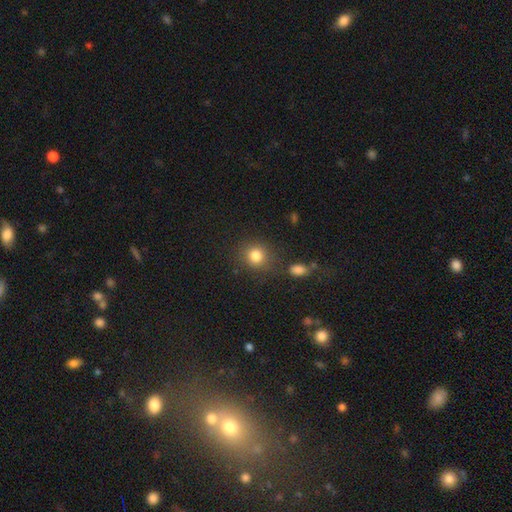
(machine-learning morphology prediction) smooth-or-featured: smooth: 82% | star or artifact: 11% | featured or disk: 6%
  how-rounded: round: 84% | in between: 15% | cigar-shaped: 1%
  merging: none: 79% | minor disturbance: 11% | merger: 6% | major disturbance: 4%